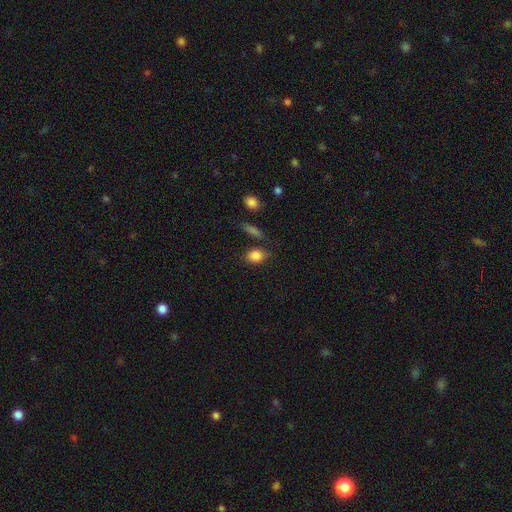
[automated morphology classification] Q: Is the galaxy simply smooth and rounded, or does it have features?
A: smooth — 86%.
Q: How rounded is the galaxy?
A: in between — 62%.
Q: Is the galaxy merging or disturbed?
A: none — 72%.